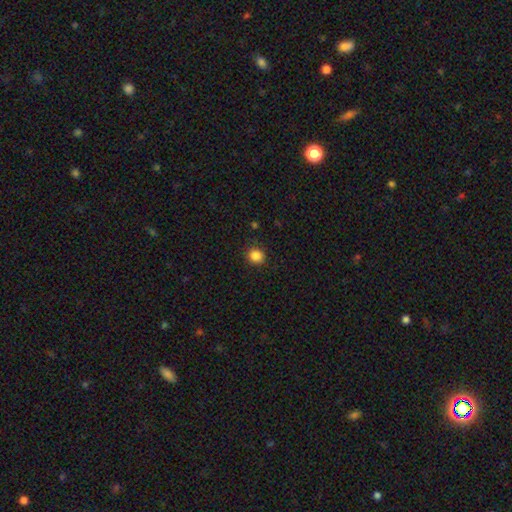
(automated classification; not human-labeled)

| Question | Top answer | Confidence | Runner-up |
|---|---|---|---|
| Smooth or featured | smooth | 85% | star or artifact (11%) |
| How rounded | round | 83% | in between (16%) |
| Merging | none | 89% | minor disturbance (8%) |